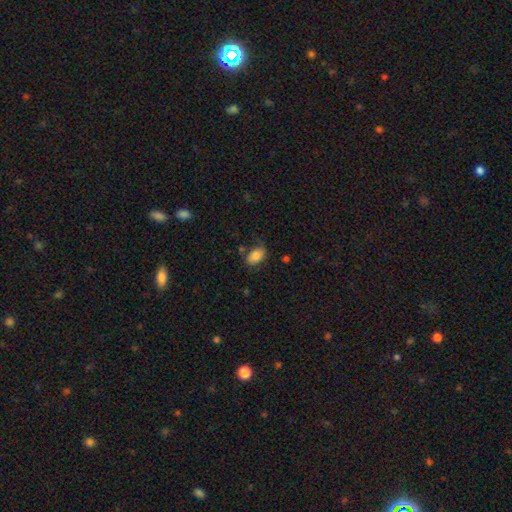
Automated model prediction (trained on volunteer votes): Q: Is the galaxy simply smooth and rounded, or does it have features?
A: smooth — 85%.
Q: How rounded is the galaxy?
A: in between — 91%.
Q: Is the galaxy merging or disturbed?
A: none — 70%.